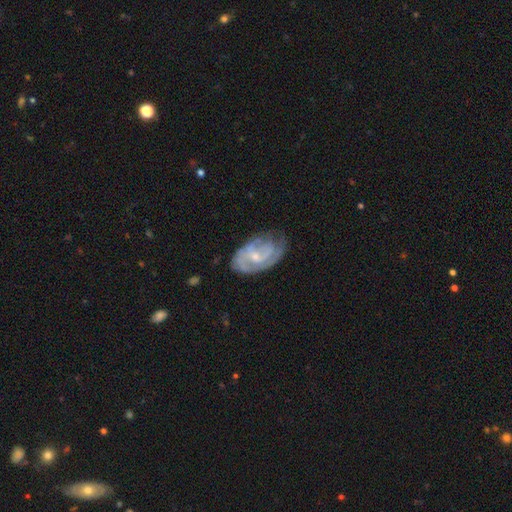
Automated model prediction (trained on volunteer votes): The model was most divided on "spiral arm count": 2: 37%, can't tell: 36%, 3: 14%, 1: 6%, 4: 4%, more than 4: 3%. More confident: edge-on disk — no (96%); spiral arms — yes (88%); smooth or featured — featured or disk (77%); bulge size — small (64%); merging — none (60%); bar — no (56%); spiral winding — tight (51%).